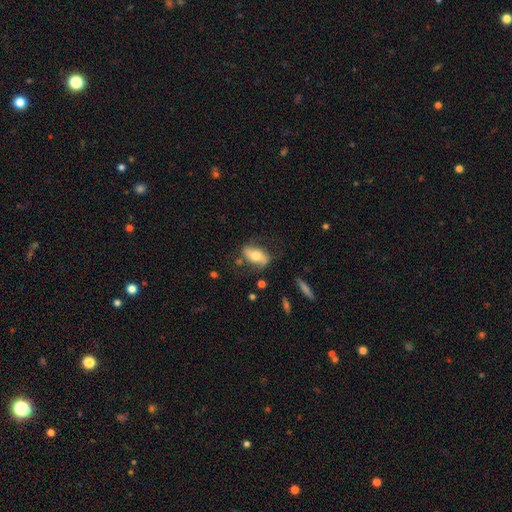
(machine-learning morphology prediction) type=smooth (49%); merging=none (67%).